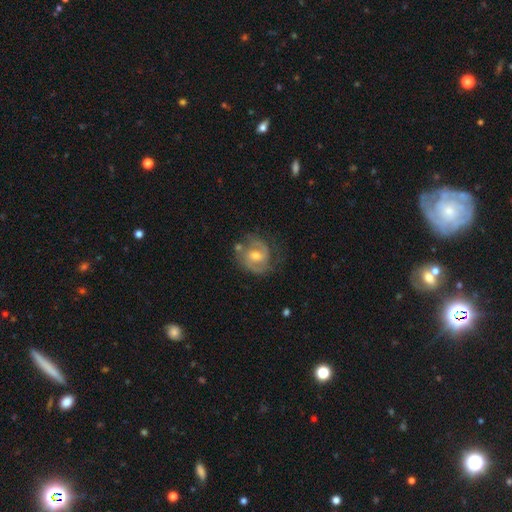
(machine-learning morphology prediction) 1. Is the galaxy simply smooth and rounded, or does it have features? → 76% featured or disk, 18% smooth, 6% star or artifact.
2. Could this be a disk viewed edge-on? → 97% no, 3% yes.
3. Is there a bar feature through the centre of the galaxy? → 46% weak, 43% no, 11% strong.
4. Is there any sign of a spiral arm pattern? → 88% yes, 12% no.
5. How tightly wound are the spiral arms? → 46% medium, 39% tight, 15% loose.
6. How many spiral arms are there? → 75% 2, 12% can't tell, 6% 1, 4% 3, 1% 4, 1% more than 4.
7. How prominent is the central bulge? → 65% moderate, 29% small, 4% large, 2% none, 1% dominant.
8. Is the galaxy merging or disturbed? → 61% none, 23% minor disturbance, 11% major disturbance, 5% merger.